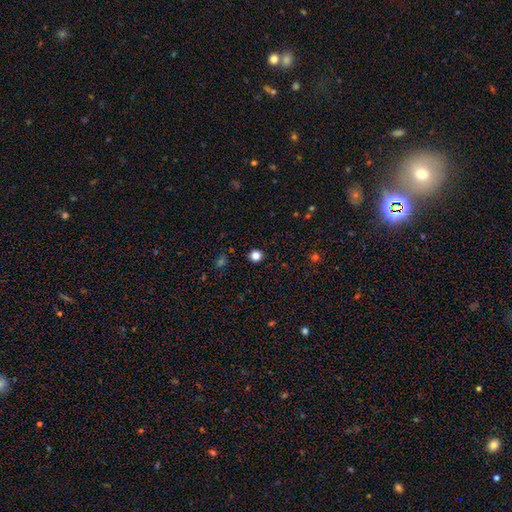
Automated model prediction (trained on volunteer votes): smooth 83%, star or artifact 14%, featured or disk 3%. Down the decision tree: how rounded — round (91%); merging — none (92%).